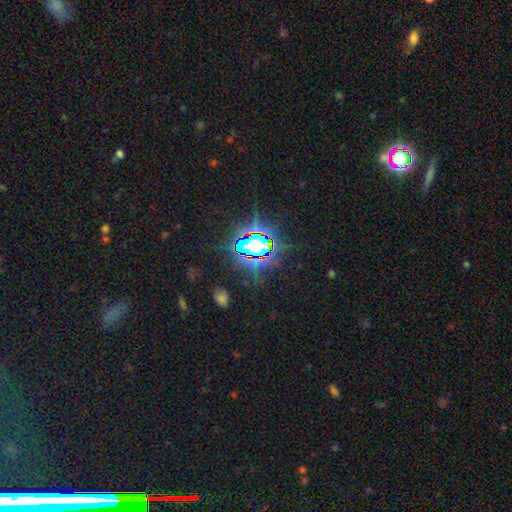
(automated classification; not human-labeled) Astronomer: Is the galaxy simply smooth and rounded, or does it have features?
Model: star or artifact — 80%.